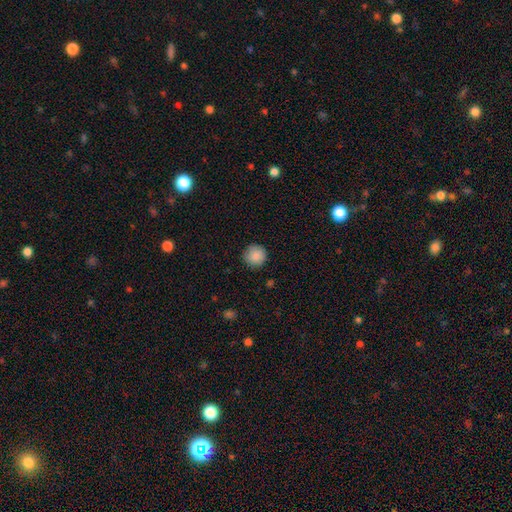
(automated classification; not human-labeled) Smooth or featured? Predicted: smooth (p=0.88). How rounded? Predicted: round (p=0.95). Merging? Predicted: none (p=0.89).